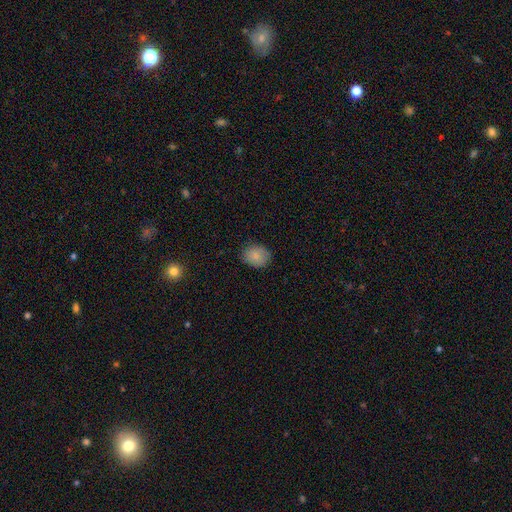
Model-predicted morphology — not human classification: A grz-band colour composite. It shows a smooth galaxy with no disk features (85%) that is round (50%). Merging: none (83%).